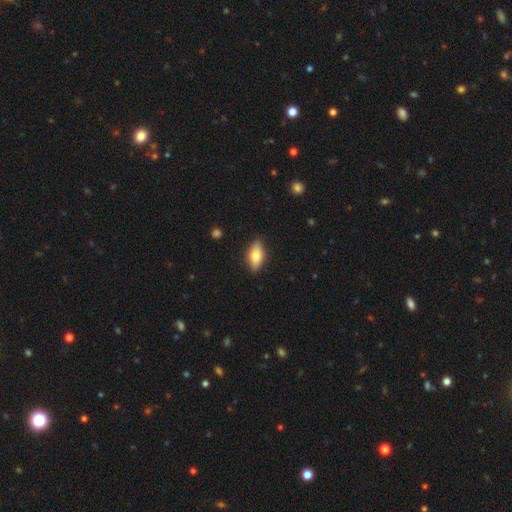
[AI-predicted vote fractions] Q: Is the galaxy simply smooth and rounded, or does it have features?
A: smooth — 73%.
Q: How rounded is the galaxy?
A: in between — 83%.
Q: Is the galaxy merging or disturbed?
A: none — 86%.